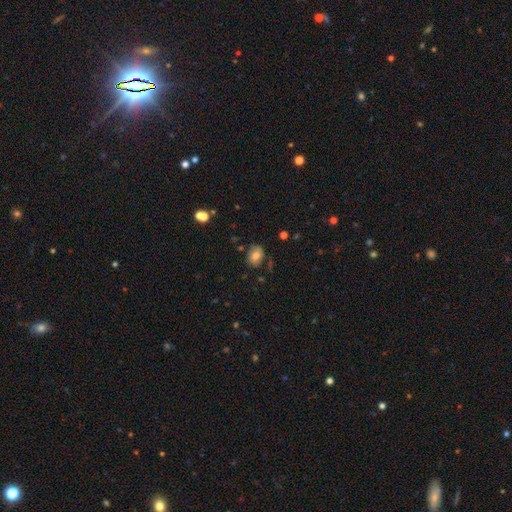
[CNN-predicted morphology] This appears to be a smooth galaxy with no disk features (70%) that is in between round and cigar-shaped (56%). Merging: none (73%).